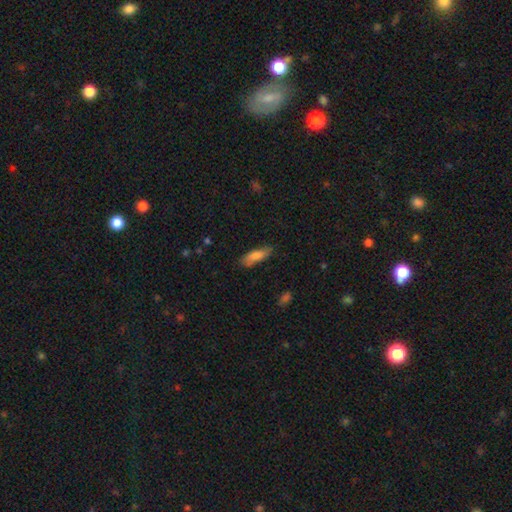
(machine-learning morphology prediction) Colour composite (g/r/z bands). It shows a smooth galaxy with no disk features (77%) that is in between round and cigar-shaped (54%). Merging: none (74%).